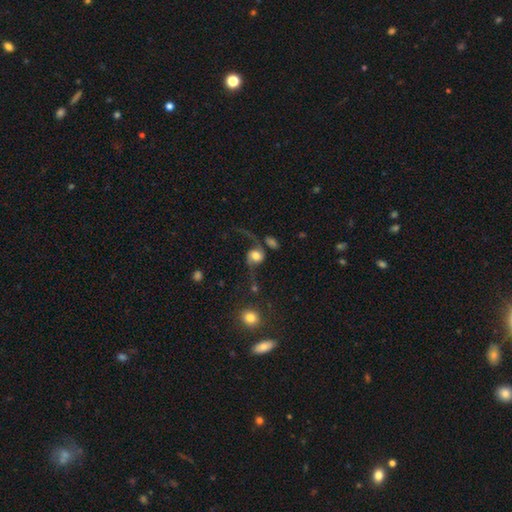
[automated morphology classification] A featured or disk galaxy (61%) with no bar (66%), 2 (79%) loose (87%) spiral arms (88%) and a moderate central bulge (44%).

Vote fractions:
- Smooth or featured? featured or disk: 61% / smooth: 30% / star or artifact: 9%
- Edge-on disk? no: 97% / yes: 3%
- Bar? no: 66% / weak: 27% / strong: 7%
- Spiral arms? yes: 88% / no: 12%
- Spiral winding? loose: 87% / medium: 11% / tight: 3%
- Spiral arm count? 2: 79% / 1: 16% / can't tell: 2% / 3: 1% / 4: 1% / more than 4: 1%
- Bulge size? moderate: 44% / large: 34% / small: 10% / dominant: 9% / none: 3%
- Merging? none: 41% / major disturbance: 30% / minor disturbance: 16% / merger: 12%